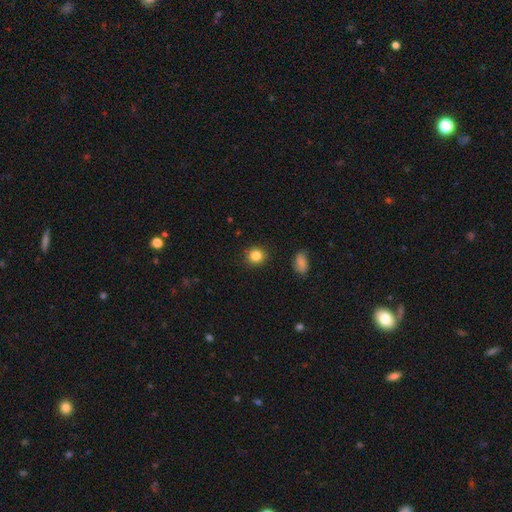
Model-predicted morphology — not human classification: The model was most divided on "how rounded": round: 86%, in between: 13%, cigar-shaped: 1%. More confident: merging — none (90%); smooth or featured — smooth (85%).